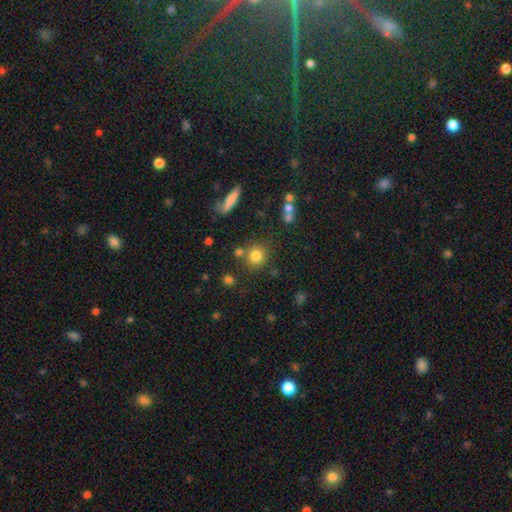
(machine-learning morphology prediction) smooth 78%, star or artifact 13%, featured or disk 9%. Down the decision tree: how rounded — round (87%); merging — none (74%).